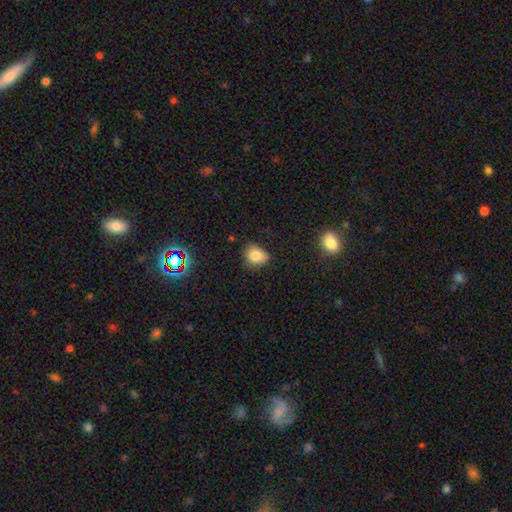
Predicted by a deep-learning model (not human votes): Smooth or featured? Predicted: smooth (p=0.81). How rounded? Predicted: round (p=0.58). Merging? Predicted: none (p=0.66).